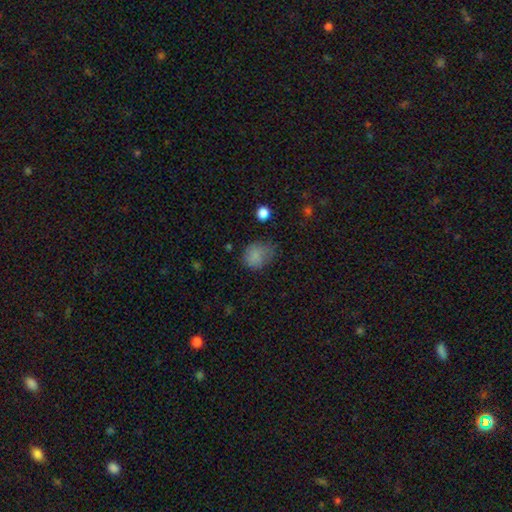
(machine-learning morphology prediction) A smooth galaxy with no disk features (80%) that is round (56%).

Vote fractions:
- Smooth or featured? smooth: 80% / star or artifact: 12% / featured or disk: 8%
- How rounded? round: 56% / in between: 43% / cigar-shaped: 1%
- Merging? none: 52% / minor disturbance: 32% / major disturbance: 14% / merger: 2%